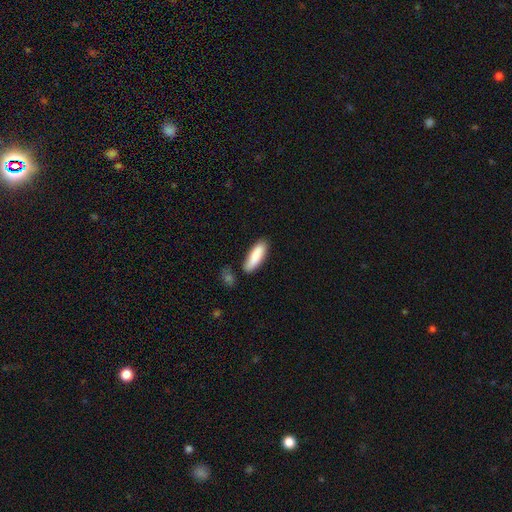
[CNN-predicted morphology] Smooth or featured: smooth — 86% (featured or disk — 8%)
How rounded: in between — 54% (cigar-shaped — 45%)
Merging: none — 78% (minor disturbance — 14%)